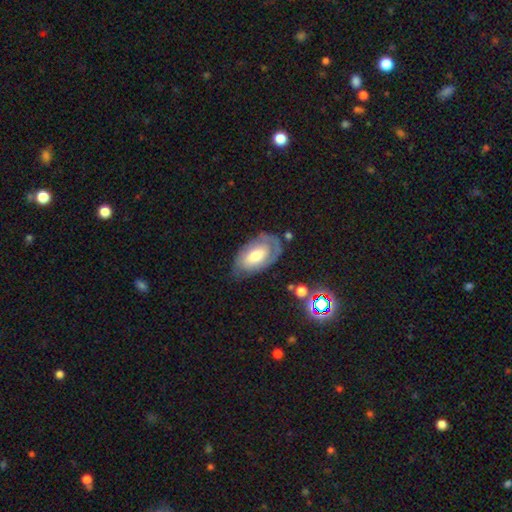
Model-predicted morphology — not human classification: Smooth or featured?
  - featured or disk: 52% *
  - smooth: 41%
  - star or artifact: 6%
Edge-on disk?
  - no: 92% *
  - yes: 8%
Merging?
  - none: 63% *
  - minor disturbance: 24%
  - major disturbance: 11%
  - merger: 2%